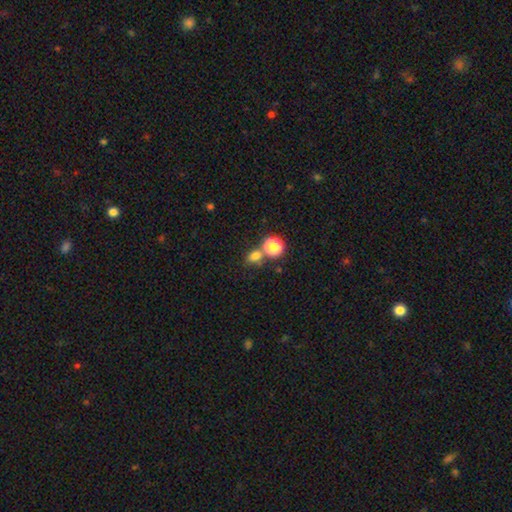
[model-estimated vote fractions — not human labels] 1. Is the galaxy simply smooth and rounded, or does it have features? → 74% smooth, 18% star or artifact, 7% featured or disk.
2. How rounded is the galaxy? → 55% round, 43% in between, 2% cigar-shaped.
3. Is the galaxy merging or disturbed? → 52% none, 34% merger, 10% minor disturbance, 4% major disturbance.